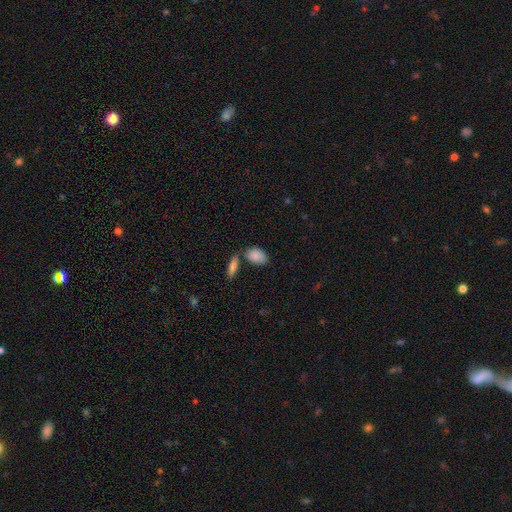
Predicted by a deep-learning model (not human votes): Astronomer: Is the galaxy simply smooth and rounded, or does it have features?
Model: smooth — 86%.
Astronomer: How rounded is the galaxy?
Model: in between — 88%.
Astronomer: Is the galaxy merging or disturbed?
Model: none — 59%.